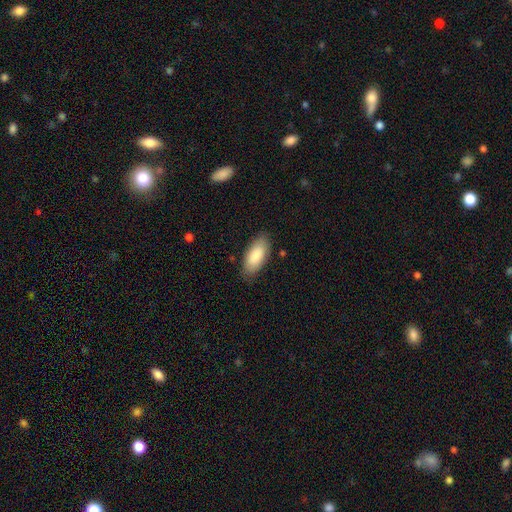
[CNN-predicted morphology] The model was most divided on "merging": none: 82%, minor disturbance: 14%, major disturbance: 3%, merger: 1%. More confident: how rounded — in between (89%); smooth or featured — smooth (85%).